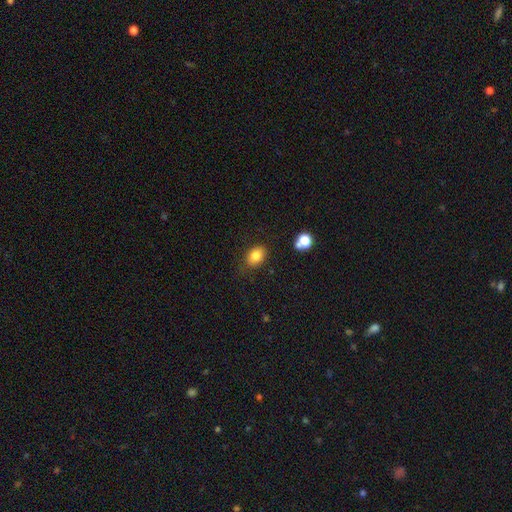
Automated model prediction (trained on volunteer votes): The model was most divided on "how rounded": in between: 70%, round: 29%, cigar-shaped: 1%. More confident: smooth or featured — smooth (82%); merging — none (78%).